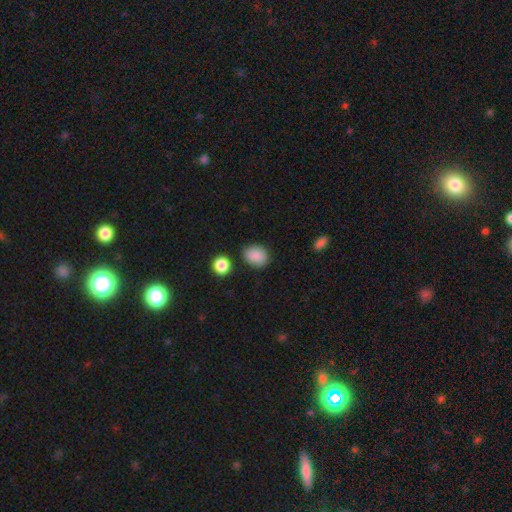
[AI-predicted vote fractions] This appears to be a smooth galaxy with no disk features (88%) that is round (51%). Merging: none (81%).